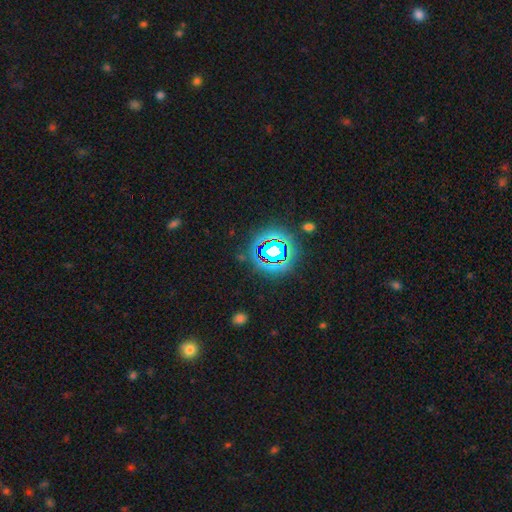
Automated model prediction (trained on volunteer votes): Smooth or featured? star or artifact (80%)